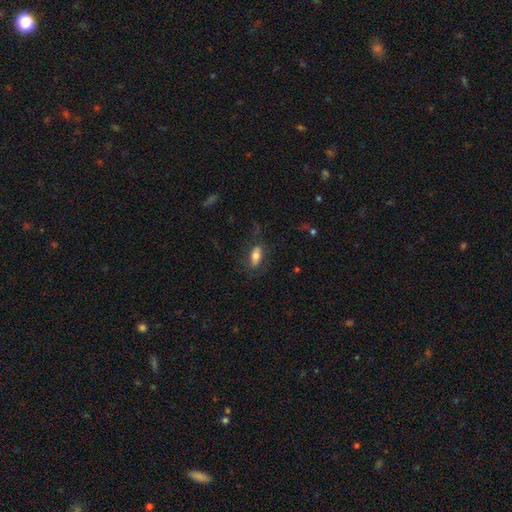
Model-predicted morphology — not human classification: type=smooth (68%); roundness=in between (79%); merging=none (65%).